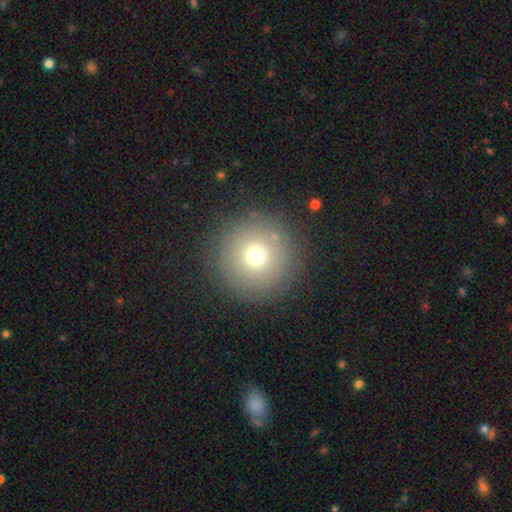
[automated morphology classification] The model was most divided on "smooth or featured": smooth: 71%, star or artifact: 15%, featured or disk: 14%. More confident: how rounded — round (96%); merging — none (88%).